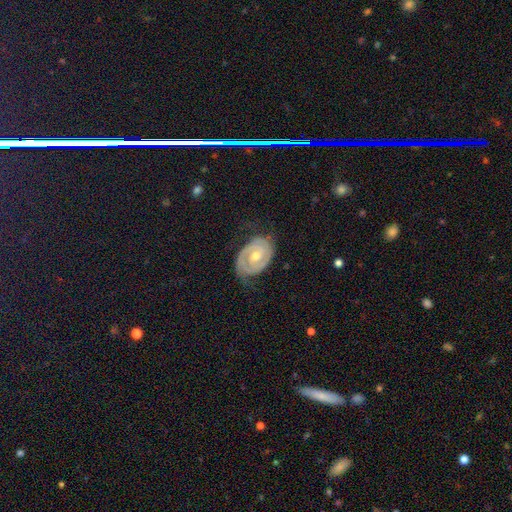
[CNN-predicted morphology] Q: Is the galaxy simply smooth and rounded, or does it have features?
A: featured or disk — 78%.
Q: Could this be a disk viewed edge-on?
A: no — 96%.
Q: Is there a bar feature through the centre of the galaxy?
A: no — 62%.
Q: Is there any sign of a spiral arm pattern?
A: yes — 78%.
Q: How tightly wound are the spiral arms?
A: tight — 64%.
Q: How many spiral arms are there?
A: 2 — 62%.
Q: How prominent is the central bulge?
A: moderate — 72%.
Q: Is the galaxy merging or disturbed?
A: none — 65%.